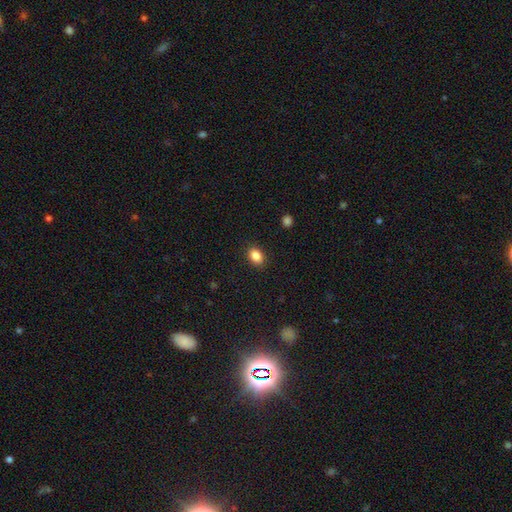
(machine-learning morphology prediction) Q: Smooth or featured?
A: smooth (87%); runner-up: star or artifact (9%)
Q: How rounded?
A: in between (76%); runner-up: round (23%)
Q: Merging?
A: none (89%); runner-up: minor disturbance (8%)